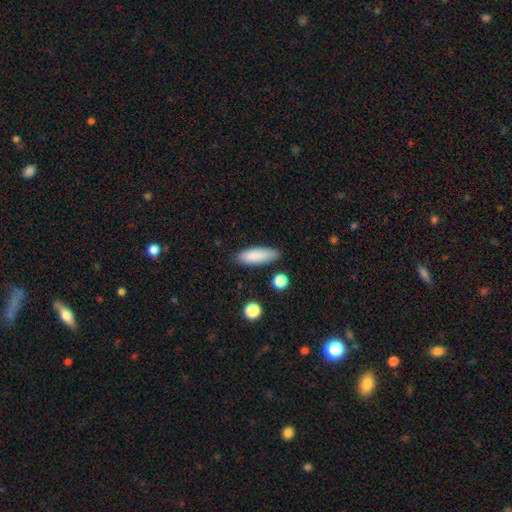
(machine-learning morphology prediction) A smooth galaxy with no disk features (87%) that is in between round and cigar-shaped (58%).

Vote fractions:
- Smooth or featured? smooth: 87% / featured or disk: 7% / star or artifact: 7%
- How rounded? in between: 58% / cigar-shaped: 40% / round: 2%
- Merging? none: 84% / minor disturbance: 12% / major disturbance: 2% / merger: 2%